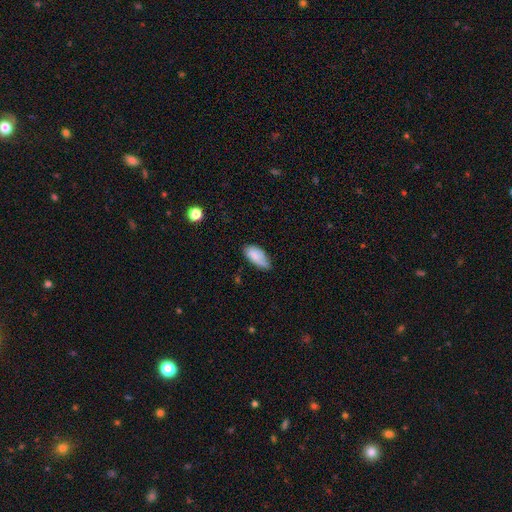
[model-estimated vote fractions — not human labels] A smooth galaxy with no disk features (84%) that is in between round and cigar-shaped (91%).

Vote fractions:
- Smooth or featured? smooth: 84% / featured or disk: 9% / star or artifact: 7%
- How rounded? in between: 91% / cigar-shaped: 7% / round: 2%
- Merging? none: 55% / minor disturbance: 37% / major disturbance: 6% / merger: 2%